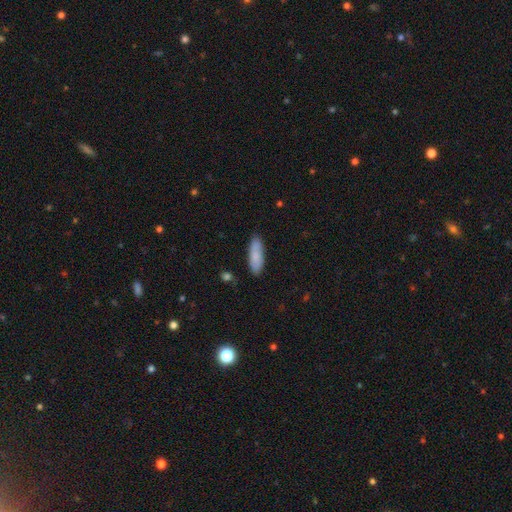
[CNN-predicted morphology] Smooth or featured: smooth — 84% (featured or disk — 10%)
How rounded: in between — 58% (cigar-shaped — 40%)
Merging: none — 86% (minor disturbance — 10%)